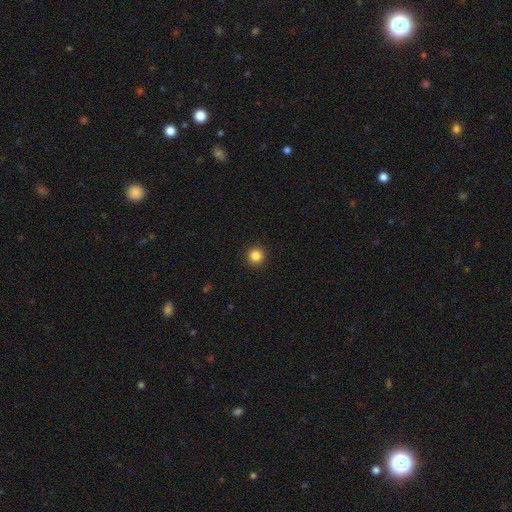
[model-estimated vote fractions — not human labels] smooth-or-featured: smooth: 85% | star or artifact: 11% | featured or disk: 4%
  how-rounded: round: 96% | in between: 3% | cigar-shaped: 1%
  merging: none: 93% | minor disturbance: 4% | major disturbance: 1% | merger: 1%